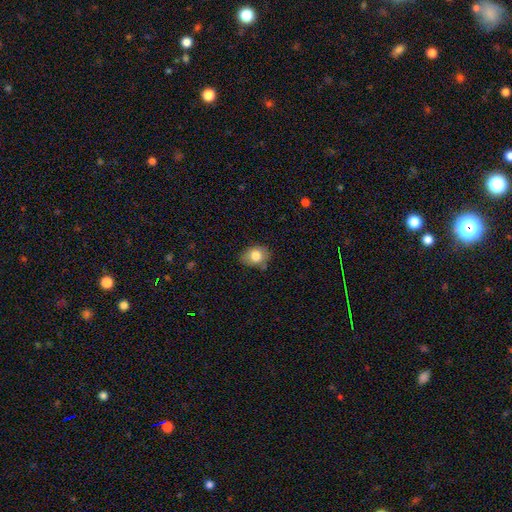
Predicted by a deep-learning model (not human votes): Smooth or featured: smooth — 80% (featured or disk — 11%)
How rounded: in between — 61% (round — 38%)
Merging: none — 73% (minor disturbance — 20%)